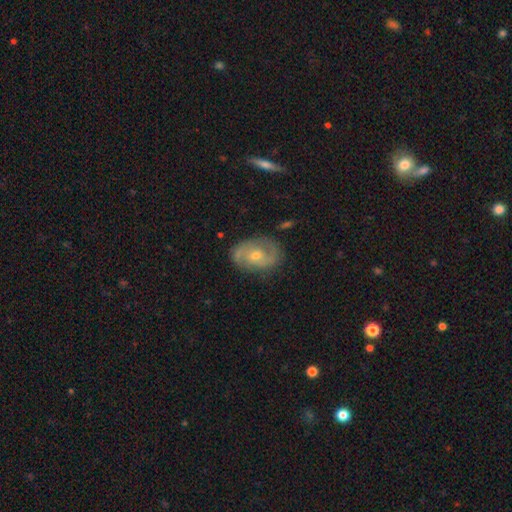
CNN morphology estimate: Overall: featured or disk (78%). Edge-on disk: no (96%). Bar: no (59%; weak 33%). Spiral arms: yes (89%). Spiral arm count: 2 (82%). Spiral winding: medium (47%; tight 37%). Bulge size: moderate (56%; small 40%). Merging: none (80%).